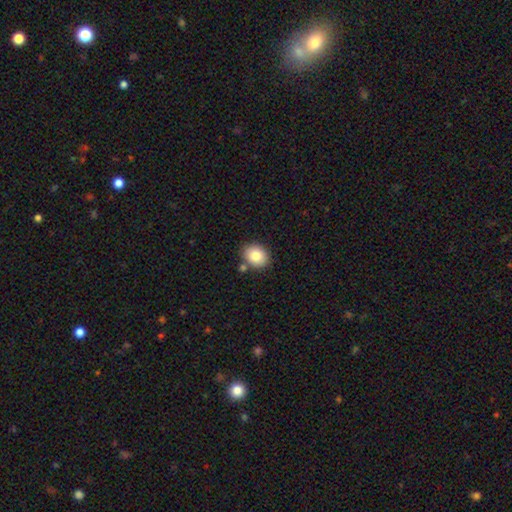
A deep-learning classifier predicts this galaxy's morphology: smooth 82%, featured or disk 9%, star or artifact 9%. Down the decision tree: how rounded — in between (50%); merging — none (77%).